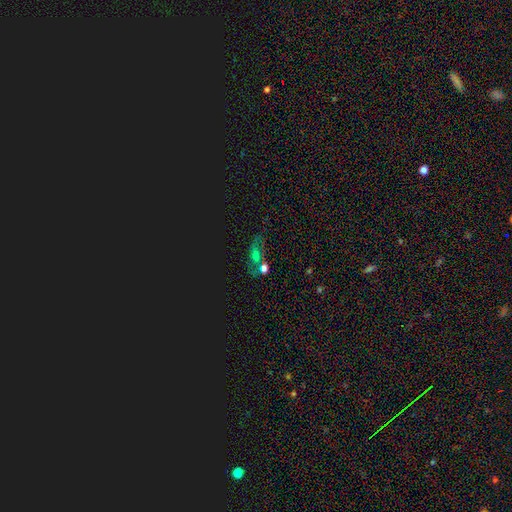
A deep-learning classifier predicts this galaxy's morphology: Q: Smooth or featured?
A: star or artifact (36%); runner-up: featured or disk (33%)